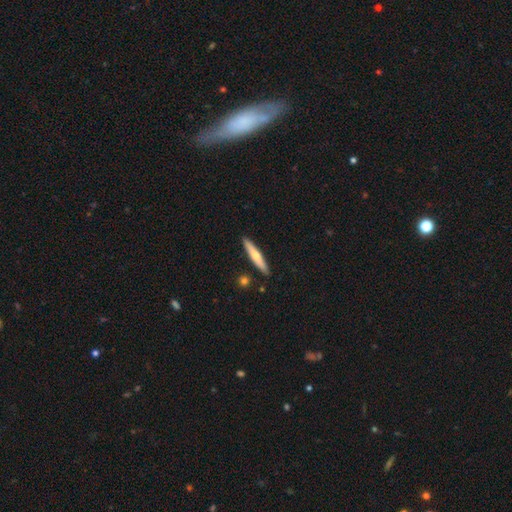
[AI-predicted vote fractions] This appears to be a smooth galaxy with no disk features (53%) that is cigar-shaped (91%). Merging: none (88%).